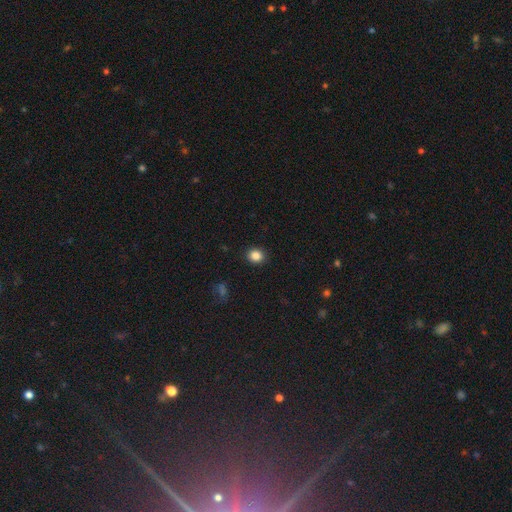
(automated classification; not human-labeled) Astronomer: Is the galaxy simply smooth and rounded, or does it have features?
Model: smooth — 86%.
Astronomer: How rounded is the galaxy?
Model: round — 74%.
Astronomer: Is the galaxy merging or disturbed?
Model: none — 91%.